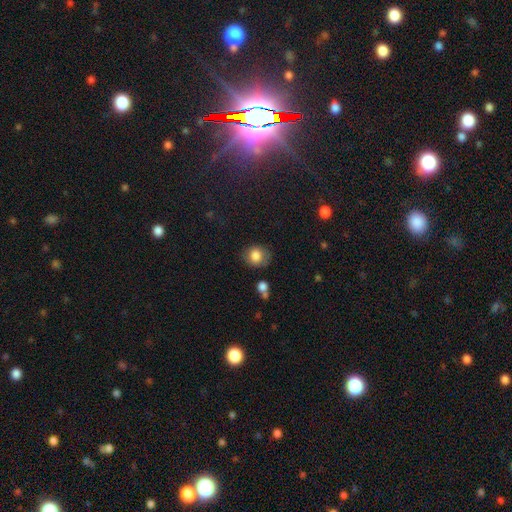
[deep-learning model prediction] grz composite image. It shows a smooth galaxy with no disk features (81%) that is round (70%). Merging: none (75%).